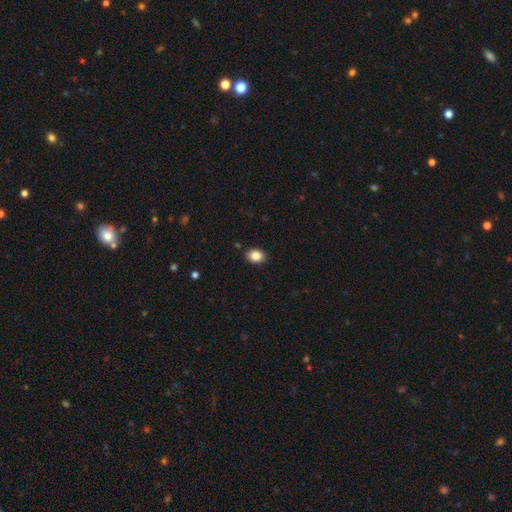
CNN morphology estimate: Smooth or featured?
  - smooth: 85% *
  - star or artifact: 9%
  - featured or disk: 5%
How rounded?
  - in between: 58% *
  - round: 41%
  - cigar-shaped: 1%
Merging?
  - none: 89% *
  - minor disturbance: 8%
  - major disturbance: 2%
  - merger: 1%